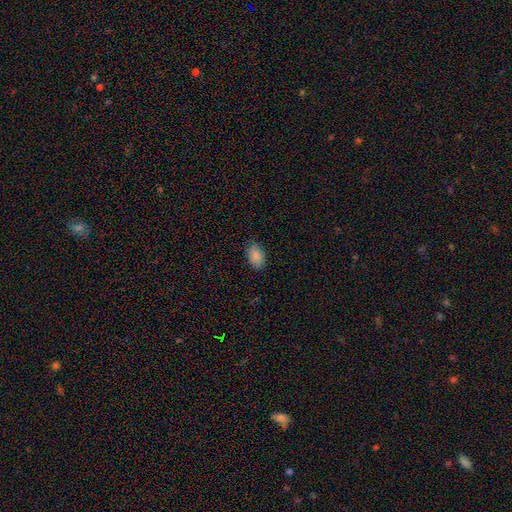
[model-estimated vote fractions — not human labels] smooth_or_featured: smooth (p=0.86) [alt: star or artifact p=0.08]
how_rounded: in between (p=0.87) [alt: round p=0.12]
merging: none (p=0.81) [alt: minor disturbance p=0.15]